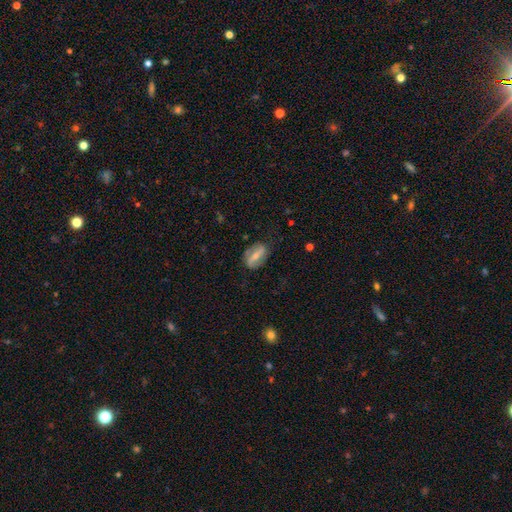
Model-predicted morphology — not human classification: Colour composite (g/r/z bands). It shows a featured or disk galaxy (61%) with a strong bar (65%), spiral arms (63%) and a moderate central bulge (47%). Merging: none (76%).